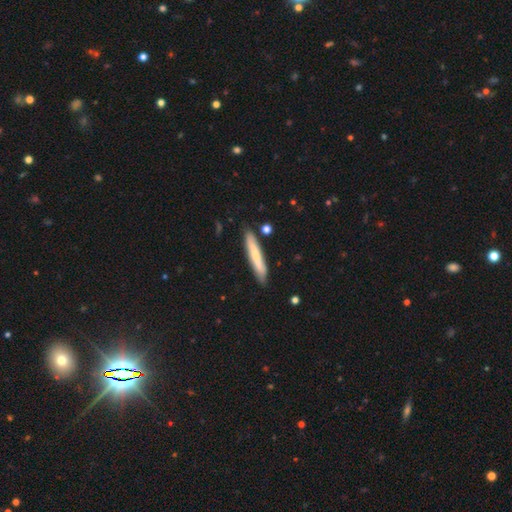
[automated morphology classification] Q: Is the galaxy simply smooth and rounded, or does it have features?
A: smooth — 63%.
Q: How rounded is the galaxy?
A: cigar-shaped — 92%.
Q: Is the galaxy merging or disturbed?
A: none — 84%.